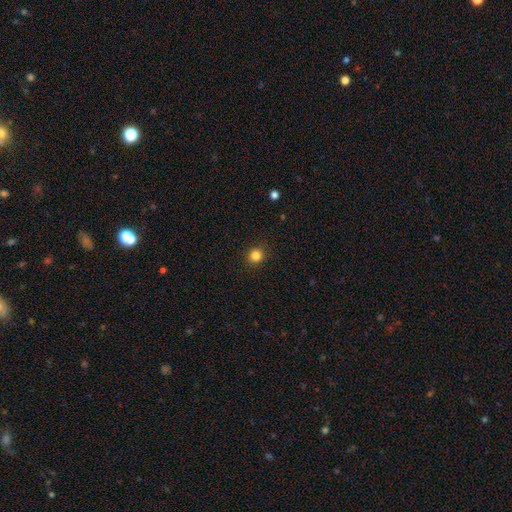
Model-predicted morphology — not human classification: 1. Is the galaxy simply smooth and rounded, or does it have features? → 84% smooth, 12% star or artifact, 4% featured or disk.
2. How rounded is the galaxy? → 91% round, 8% in between, 1% cigar-shaped.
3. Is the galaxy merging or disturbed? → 92% none, 5% minor disturbance, 2% major disturbance, 1% merger.